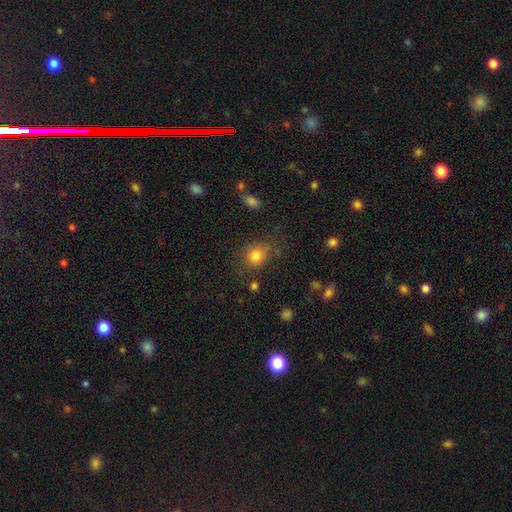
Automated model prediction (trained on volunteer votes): smooth_or_featured: smooth (p=0.81) [alt: star or artifact p=0.12]
how_rounded: round (p=0.67) [alt: in between p=0.32]
merging: none (p=0.67) [alt: minor disturbance p=0.19]